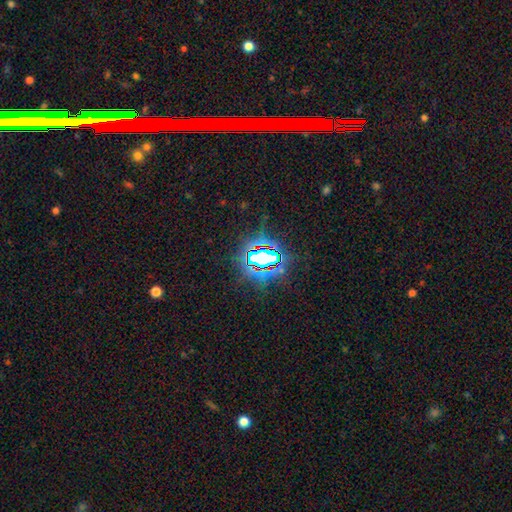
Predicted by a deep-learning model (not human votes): smooth_or_featured: star or artifact (p=0.76) [alt: smooth p=0.15]